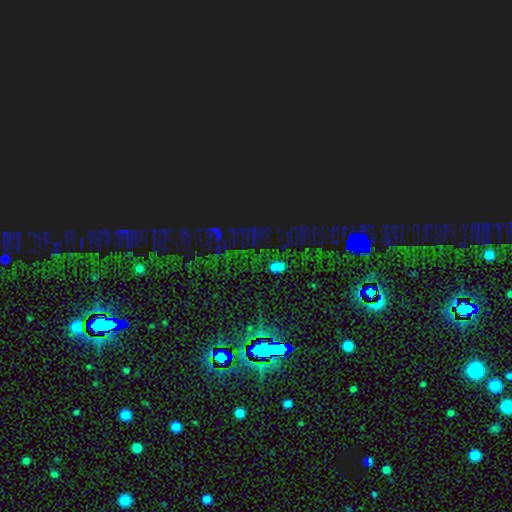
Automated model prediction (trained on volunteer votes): Smooth or featured: star or artifact — 82% (smooth — 11%)